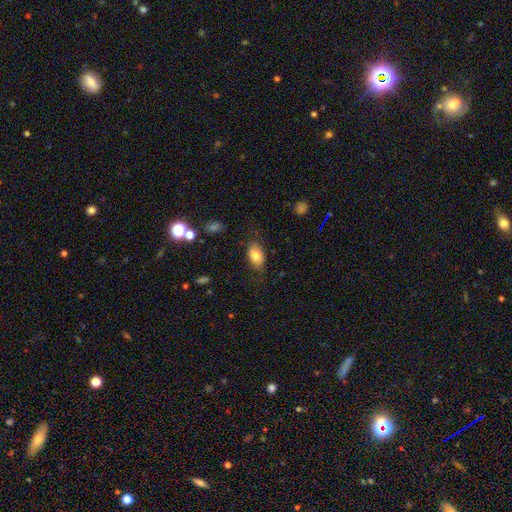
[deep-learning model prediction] Overall: smooth (79%). How rounded: in between (90%). Merging: none (70%).